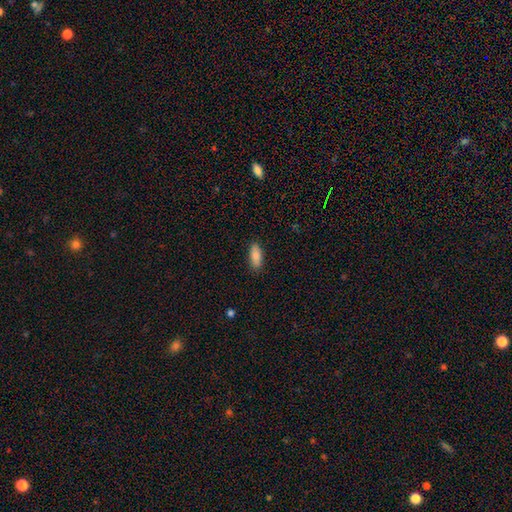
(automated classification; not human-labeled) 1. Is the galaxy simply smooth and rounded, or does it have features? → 84% smooth, 9% featured or disk, 7% star or artifact.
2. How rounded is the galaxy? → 81% in between, 17% cigar-shaped, 2% round.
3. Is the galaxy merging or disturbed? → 89% none, 8% minor disturbance, 2% major disturbance, 1% merger.